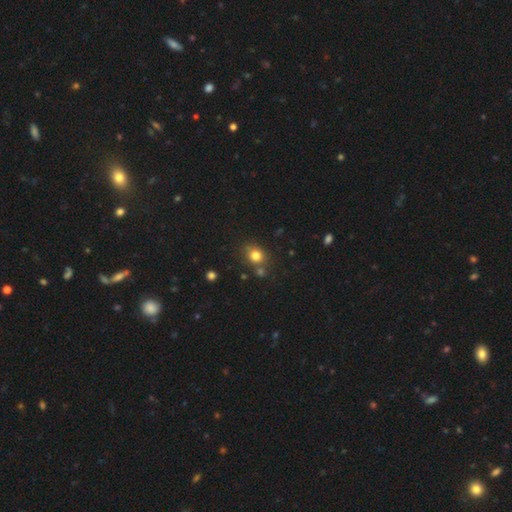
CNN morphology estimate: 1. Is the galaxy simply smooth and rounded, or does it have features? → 79% smooth, 13% star or artifact, 8% featured or disk.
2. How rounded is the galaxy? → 69% round, 30% in between, 1% cigar-shaped.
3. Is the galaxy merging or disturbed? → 71% none, 13% minor disturbance, 12% merger, 4% major disturbance.